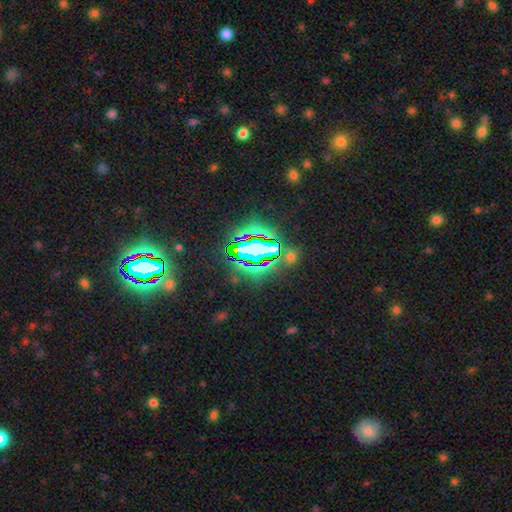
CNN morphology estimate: smooth-or-featured: star or artifact: 76% | smooth: 13% | featured or disk: 11%